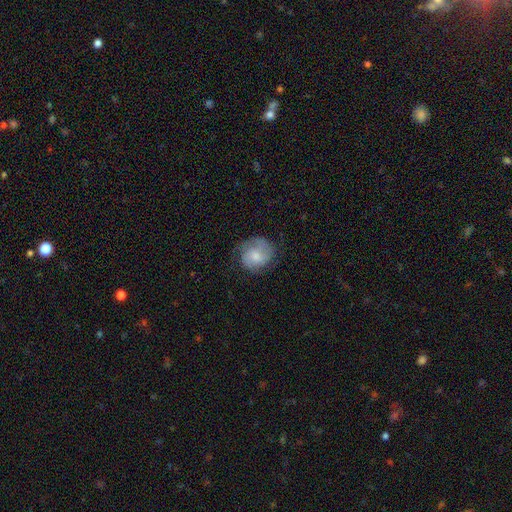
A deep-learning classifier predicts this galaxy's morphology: Smooth or featured?
  - featured or disk: 52% *
  - smooth: 41%
  - star or artifact: 7%
Edge-on disk?
  - no: 97% *
  - yes: 3%
Bar?
  - no: 60% *
  - weak: 34%
  - strong: 6%
Spiral arms?
  - yes: 87% *
  - no: 13%
Bulge size?
  - moderate: 47% *
  - small: 33%
  - large: 9%
  - none: 9%
  - dominant: 2%
Merging?
  - none: 66% *
  - minor disturbance: 22%
  - major disturbance: 10%
  - merger: 1%